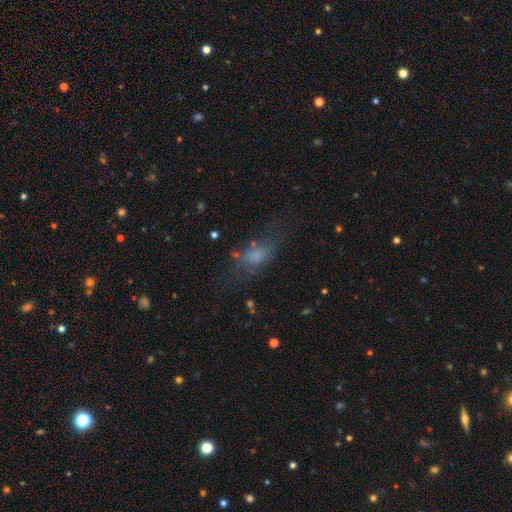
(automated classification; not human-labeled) A smooth galaxy with no disk features (62%) that is in between round and cigar-shaped (75%). Merging: none (48%).